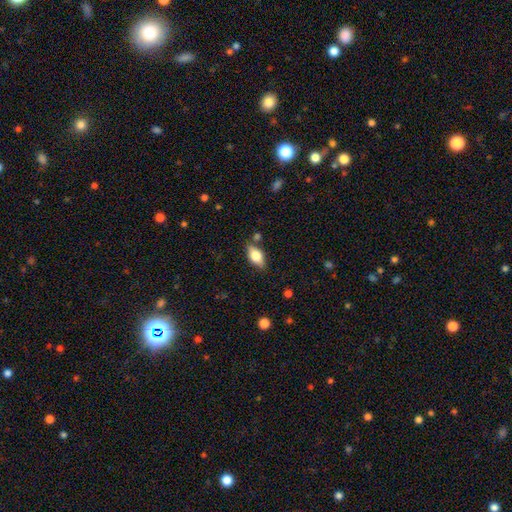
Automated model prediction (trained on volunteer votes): Smooth or featured?
  - smooth: 68% *
  - featured or disk: 24%
  - star or artifact: 8%
How rounded?
  - in between: 87% *
  - cigar-shaped: 8%
  - round: 5%
Merging?
  - none: 79% *
  - minor disturbance: 14%
  - merger: 4%
  - major disturbance: 3%